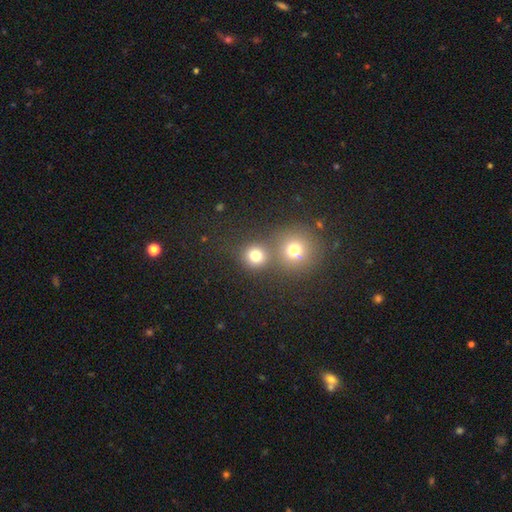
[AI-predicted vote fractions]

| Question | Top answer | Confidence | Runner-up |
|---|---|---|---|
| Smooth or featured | smooth | 77% | star or artifact (15%) |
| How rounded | round | 88% | in between (11%) |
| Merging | none | 58% | merger (33%) |